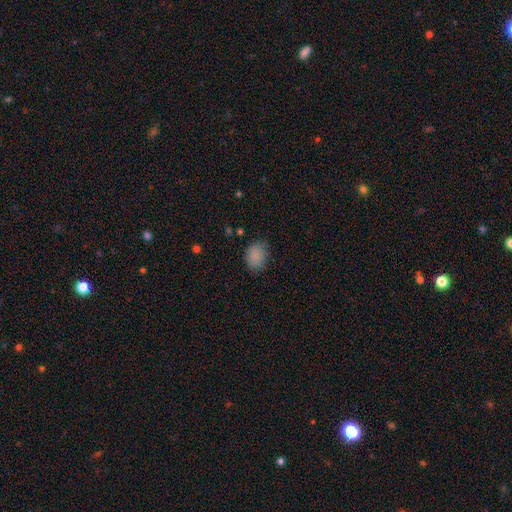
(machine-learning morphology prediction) type=smooth (85%); roundness=in between (54%); merging=none (75%).